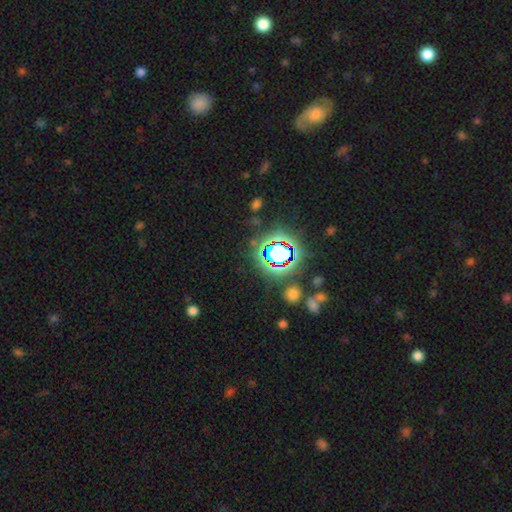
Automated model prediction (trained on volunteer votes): This appears to be a star or artifact, not a galaxy (78%).